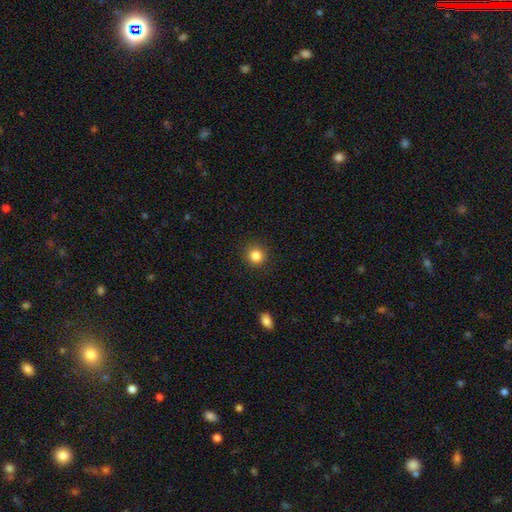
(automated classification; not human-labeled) Smooth or featured? smooth (84%)
How rounded? round (92%)
Merging? none (91%)